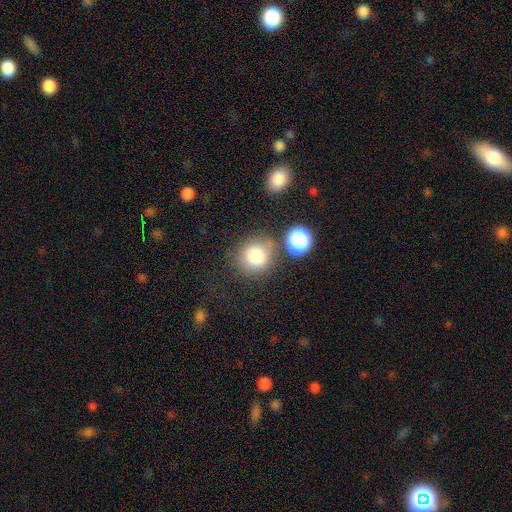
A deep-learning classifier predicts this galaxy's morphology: A smooth galaxy with no disk features (81%) that is round (87%). Merging: none (70%).